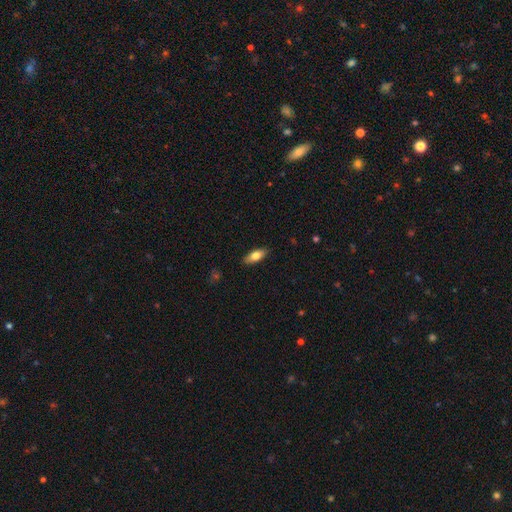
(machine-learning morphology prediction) type=smooth (74%); roundness=in between (77%); merging=none (89%).